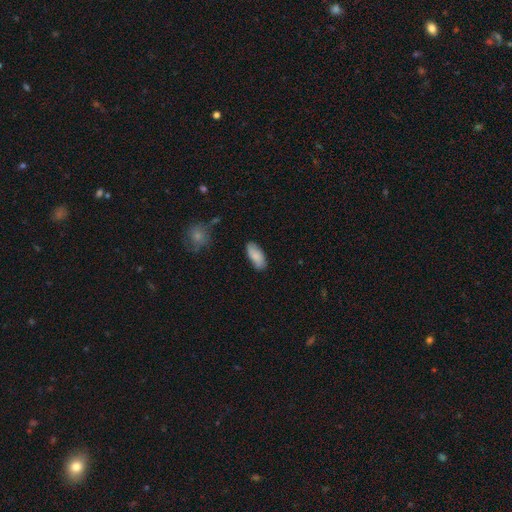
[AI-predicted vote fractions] Smooth or featured?
  - smooth: 82% *
  - featured or disk: 12%
  - star or artifact: 6%
How rounded?
  - in between: 85% *
  - cigar-shaped: 13%
  - round: 2%
Merging?
  - none: 78% *
  - minor disturbance: 17%
  - major disturbance: 3%
  - merger: 2%